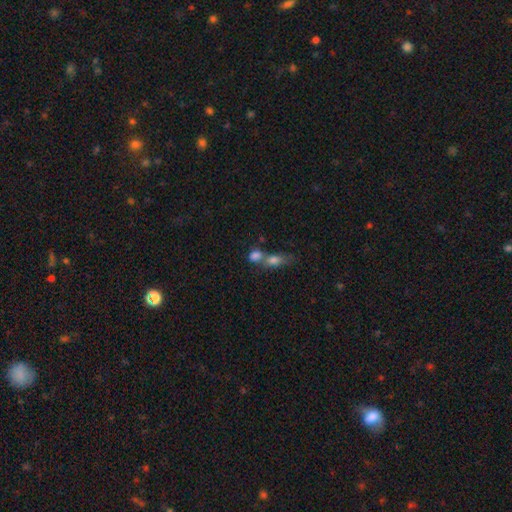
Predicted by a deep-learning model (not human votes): A smooth galaxy with no disk features (79%) that is in between round and cigar-shaped (63%). Merging: merger (62%).